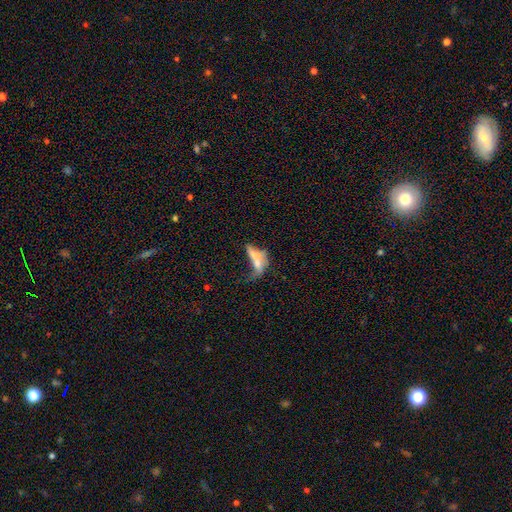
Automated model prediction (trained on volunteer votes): smooth_or_featured: smooth (p=0.46) [alt: featured or disk p=0.41]
merging: merger (p=0.36) [alt: major disturbance p=0.35]